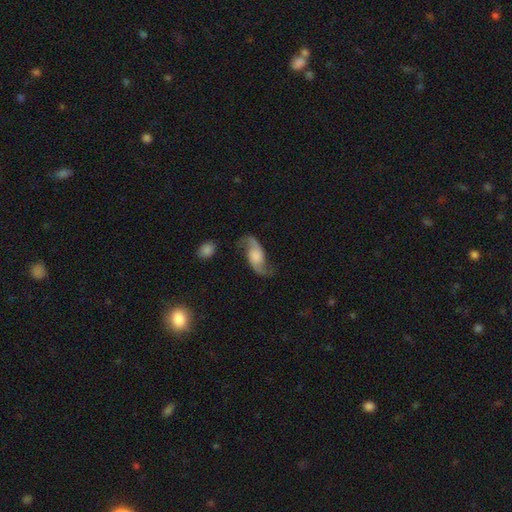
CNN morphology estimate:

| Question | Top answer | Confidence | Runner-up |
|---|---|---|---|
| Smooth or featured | featured or disk | 82% | smooth (13%) |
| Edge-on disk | no | 95% | yes (5%) |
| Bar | no | 62% | weak (30%) |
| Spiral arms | yes | 96% | no (4%) |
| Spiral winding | loose | 72% | medium (23%) |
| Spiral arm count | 2 | 93% | 1 (2%) |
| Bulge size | none | 28% | tied: large (28%) |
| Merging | none | 71% | minor disturbance (17%) |